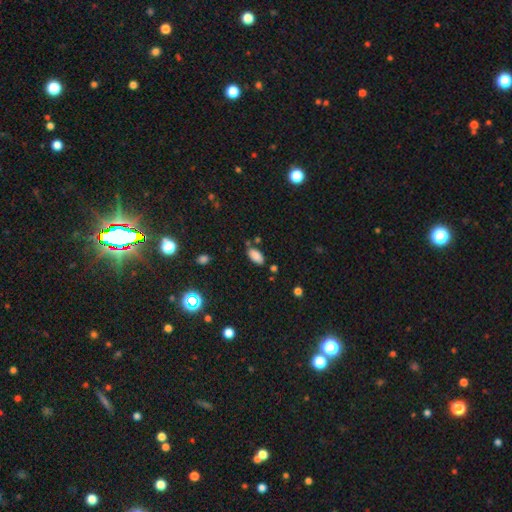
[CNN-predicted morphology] Smooth or featured? smooth (83%)
How rounded? in between (93%)
Merging? none (74%)